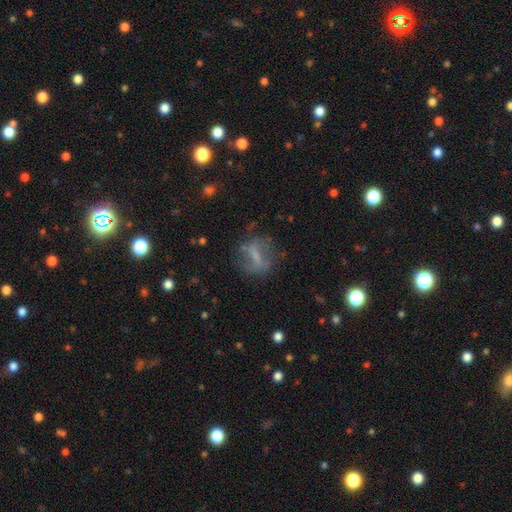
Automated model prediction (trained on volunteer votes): smooth-or-featured: featured or disk: 45% | smooth: 41% | star or artifact: 14%
  merging: none: 63% | minor disturbance: 18% | major disturbance: 15% | merger: 3%